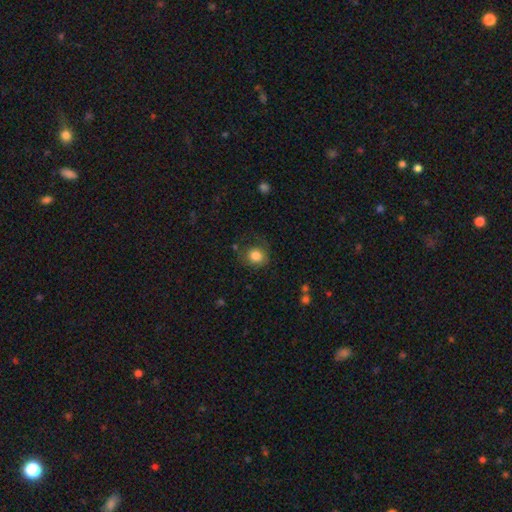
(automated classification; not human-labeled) This is clearly a smooth galaxy (83%). How rounded: likely round (77%). Merging: likely none (67%).